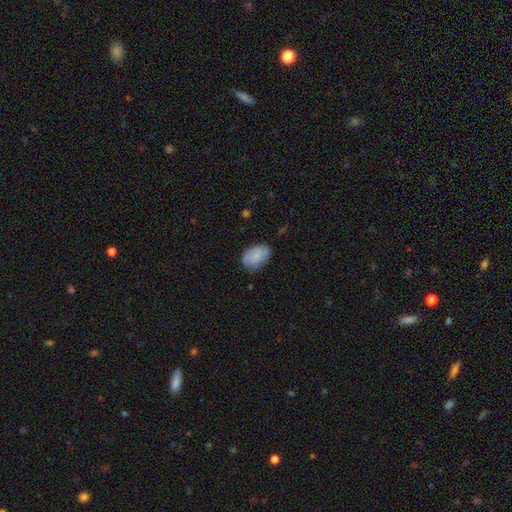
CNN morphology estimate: The model was most divided on "smooth or featured": smooth: 62%, featured or disk: 30%, star or artifact: 8%. More confident: how rounded — in between (86%); merging — none (71%).